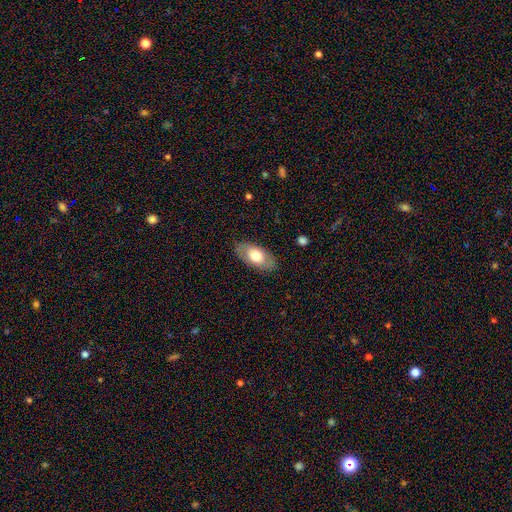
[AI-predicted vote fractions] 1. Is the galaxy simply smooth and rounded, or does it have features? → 65% smooth, 29% featured or disk, 6% star or artifact.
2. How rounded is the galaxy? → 93% in between, 4% round, 3% cigar-shaped.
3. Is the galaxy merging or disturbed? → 85% none, 11% minor disturbance, 3% major disturbance, 1% merger.